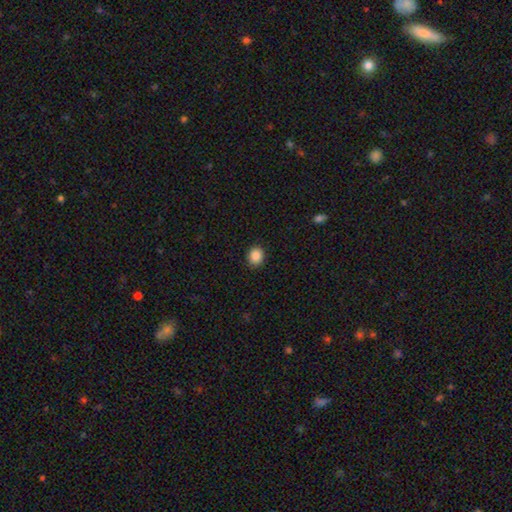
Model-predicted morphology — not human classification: Smooth or featured?
  - smooth: 87% *
  - star or artifact: 9%
  - featured or disk: 3%
How rounded?
  - round: 70% *
  - in between: 29%
  - cigar-shaped: 1%
Merging?
  - none: 90% *
  - minor disturbance: 7%
  - major disturbance: 2%
  - merger: 1%